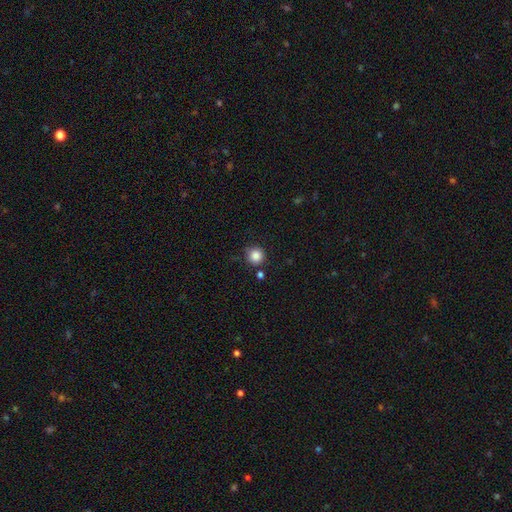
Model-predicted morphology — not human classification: Overall: smooth (85%). How rounded: round (94%). Merging: none (82%).